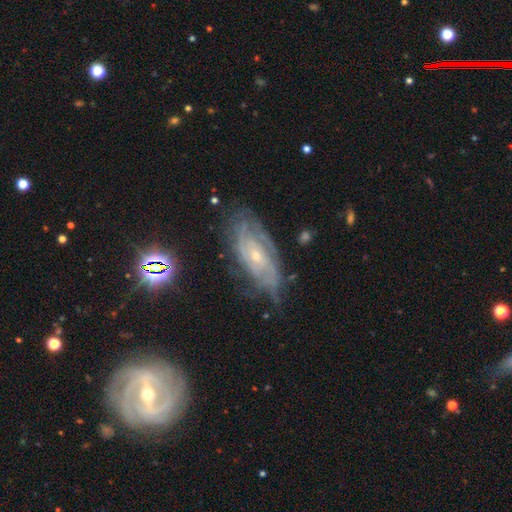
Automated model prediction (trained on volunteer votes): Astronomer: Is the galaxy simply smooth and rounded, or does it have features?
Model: featured or disk — 79%.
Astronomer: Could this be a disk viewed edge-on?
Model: no — 91%.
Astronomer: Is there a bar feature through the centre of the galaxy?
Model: no — 66%.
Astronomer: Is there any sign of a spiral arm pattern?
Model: yes — 90%.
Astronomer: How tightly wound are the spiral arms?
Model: tight — 61%.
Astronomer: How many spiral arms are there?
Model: can't tell — 51%.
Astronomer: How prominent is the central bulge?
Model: small — 69%.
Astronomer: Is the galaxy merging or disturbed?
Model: none — 64%.